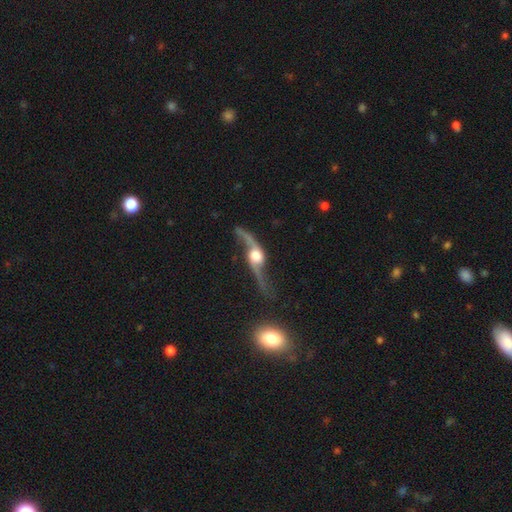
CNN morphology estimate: A featured or disk galaxy (87%) with no bar (66%), 2 (93%) loose (90%) spiral arms (94%) and a large central bulge (43%).

Vote fractions:
- Smooth or featured? featured or disk: 87% / smooth: 7% / star or artifact: 6%
- Edge-on disk? no: 62% / yes: 38%
- Bar? no: 66% / weak: 24% / strong: 9%
- Spiral arms? yes: 94% / no: 6%
- Spiral winding? loose: 90% / medium: 7% / tight: 2%
- Spiral arm count? 2: 93% / 1: 2% / can't tell: 2% / 3: 1% / 4: 1% / more than 4: 1%
- Bulge size? large: 43% / moderate: 37% / dominant: 10% / small: 8% / none: 3%
- Merging? none: 63% / minor disturbance: 18% / major disturbance: 14% / merger: 5%